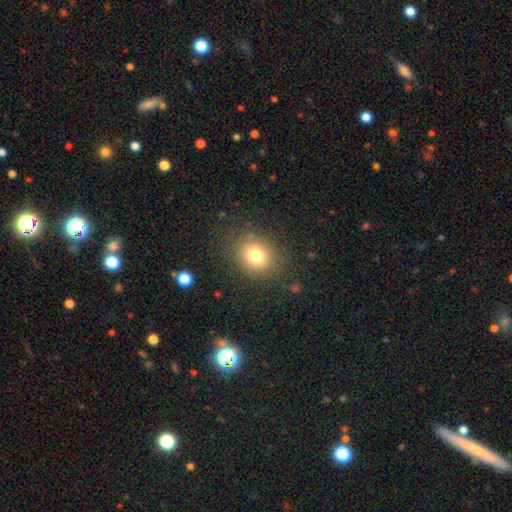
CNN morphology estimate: smooth 75%, star or artifact 14%, featured or disk 11%. Down the decision tree: how rounded — round (65%); merging — none (82%).